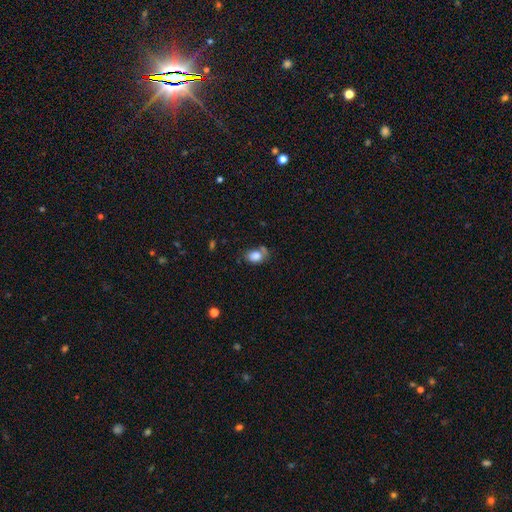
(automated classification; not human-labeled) A smooth galaxy with no disk features (83%) that is in between round and cigar-shaped (77%). Merging: none (55%).